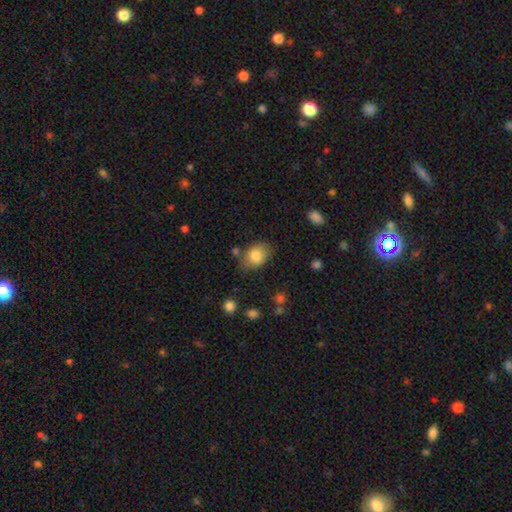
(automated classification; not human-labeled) A smooth galaxy with no disk features (83%) that is in between round and cigar-shaped (70%).

Vote fractions:
- Smooth or featured? smooth: 83% / featured or disk: 10% / star or artifact: 8%
- How rounded? in between: 70% / round: 29% / cigar-shaped: 1%
- Merging? none: 69% / minor disturbance: 21% / major disturbance: 5% / merger: 5%